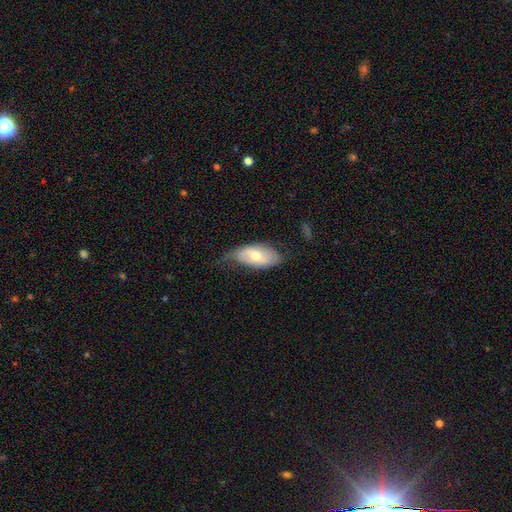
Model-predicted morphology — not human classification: A smooth galaxy with no disk features (53%) that is in between round and cigar-shaped (91%).

Vote fractions:
- Smooth or featured? smooth: 53% / featured or disk: 40% / star or artifact: 6%
- How rounded? in between: 91% / cigar-shaped: 5% / round: 3%
- Merging? none: 44% / minor disturbance: 39% / major disturbance: 15% / merger: 2%